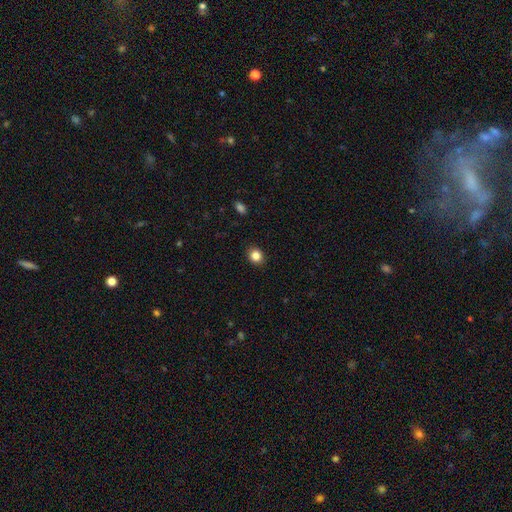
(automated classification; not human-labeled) Smooth or featured?
  - smooth: 85% *
  - star or artifact: 11%
  - featured or disk: 5%
How rounded?
  - round: 75% *
  - in between: 24%
  - cigar-shaped: 1%
Merging?
  - none: 90% *
  - minor disturbance: 7%
  - major disturbance: 2%
  - merger: 1%